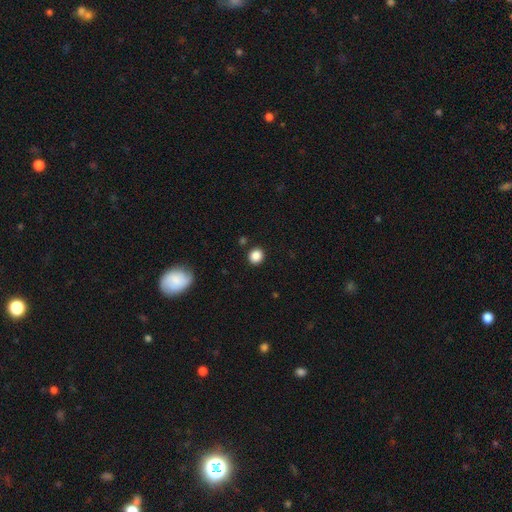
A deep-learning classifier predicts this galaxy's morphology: Smooth or featured? smooth (87%)
How rounded? round (85%)
Merging? none (89%)